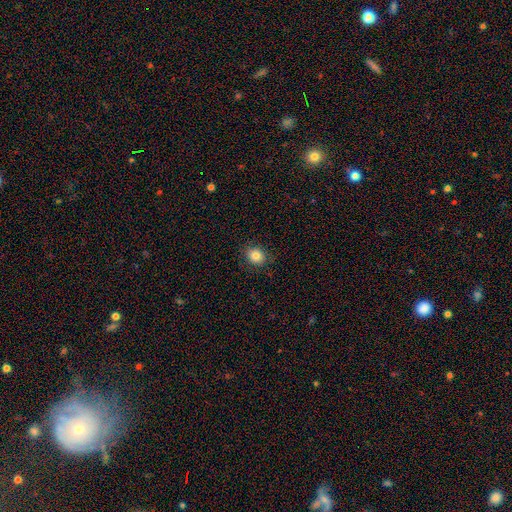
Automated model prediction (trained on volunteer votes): smooth-or-featured: smooth: 83% | star or artifact: 10% | featured or disk: 7%
  how-rounded: round: 57% | in between: 42% | cigar-shaped: 1%
  merging: none: 86% | minor disturbance: 10% | major disturbance: 3% | merger: 1%